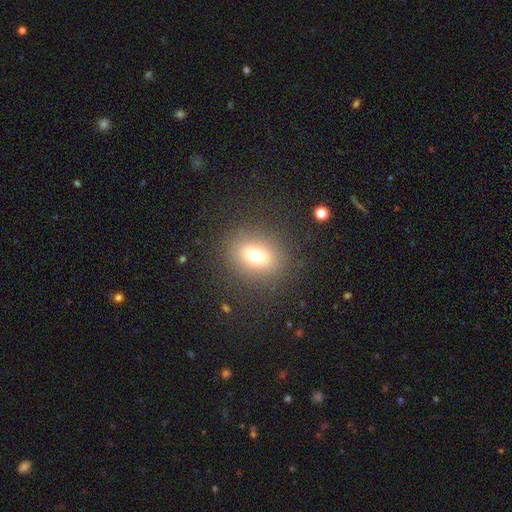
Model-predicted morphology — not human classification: The model was most divided on "how rounded": round: 63%, in between: 36%, cigar-shaped: 1%. More confident: merging — none (85%); smooth or featured — smooth (70%).